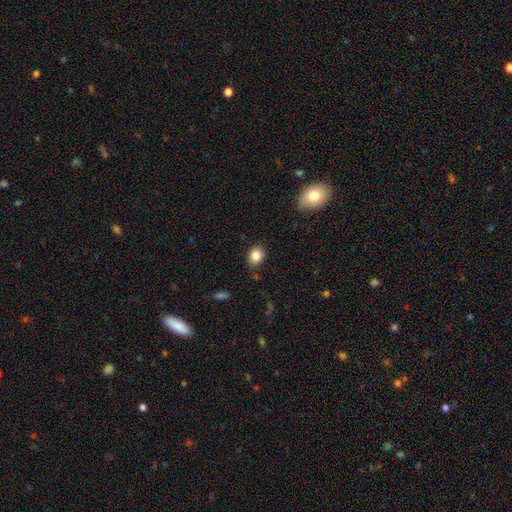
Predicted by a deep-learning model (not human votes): Q: Smooth or featured?
A: smooth (85%); runner-up: star or artifact (9%)
Q: How rounded?
A: in between (61%); runner-up: round (38%)
Q: Merging?
A: none (85%); runner-up: minor disturbance (10%)